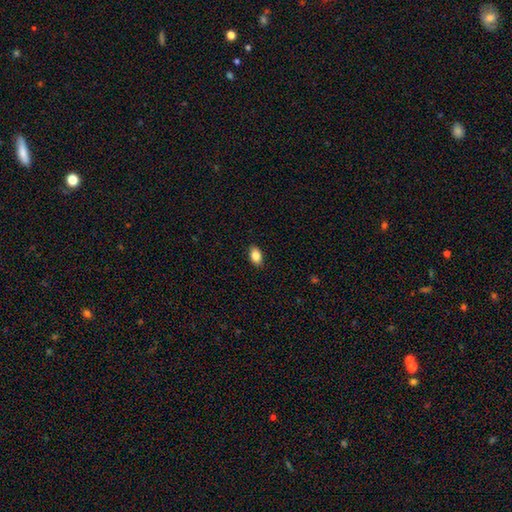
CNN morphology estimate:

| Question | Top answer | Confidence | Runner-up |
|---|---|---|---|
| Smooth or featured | smooth | 84% | star or artifact (8%) |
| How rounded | in between | 86% | round (12%) |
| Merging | none | 89% | minor disturbance (8%) |